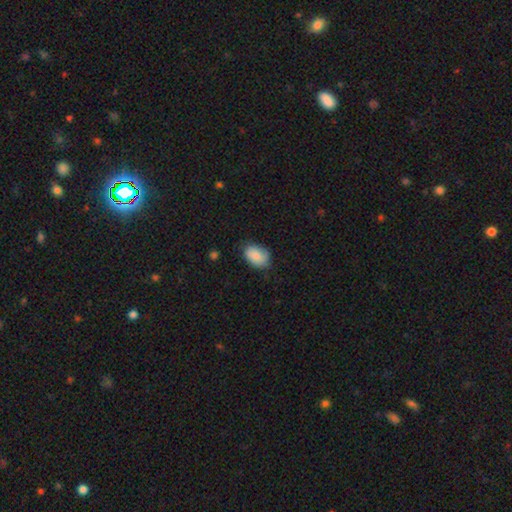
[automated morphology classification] Smooth or featured?
  - smooth: 81% *
  - featured or disk: 12%
  - star or artifact: 7%
How rounded?
  - in between: 82% *
  - round: 17%
  - cigar-shaped: 1%
Merging?
  - none: 69% *
  - minor disturbance: 25%
  - major disturbance: 5%
  - merger: 1%